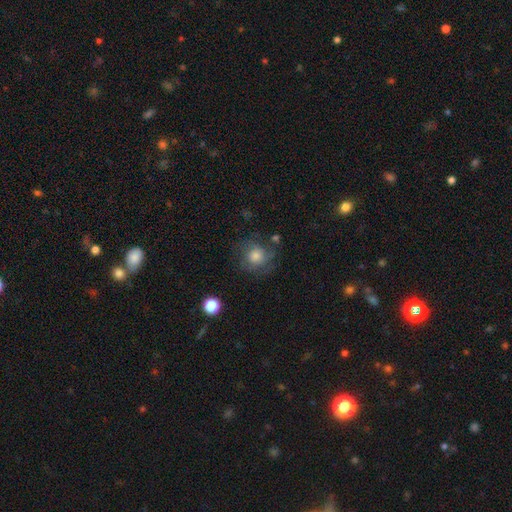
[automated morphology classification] type=smooth (57%); roundness=round (87%); merging=none (68%).